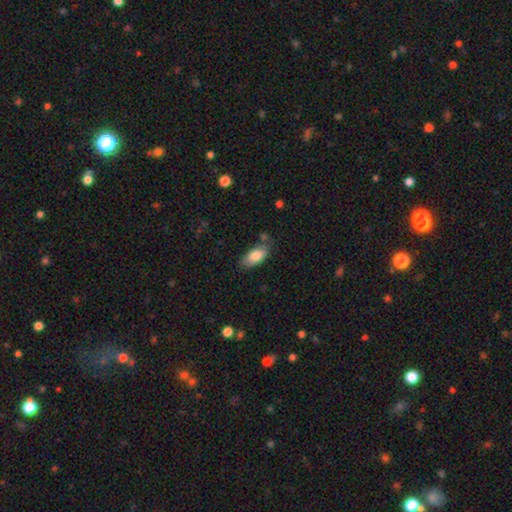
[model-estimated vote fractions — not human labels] This is clearly a smooth galaxy (82%). How rounded: clearly in between (89%). Merging: likely none (66%).